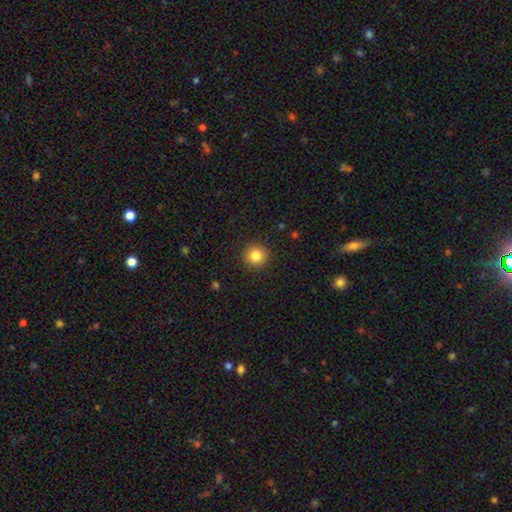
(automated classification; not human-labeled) A smooth galaxy with no disk features (84%) that is round (94%).

Vote fractions:
- Smooth or featured? smooth: 84% / star or artifact: 10% / featured or disk: 5%
- How rounded? round: 94% / in between: 5% / cigar-shaped: 1%
- Merging? none: 91% / minor disturbance: 6% / major disturbance: 2% / merger: 1%